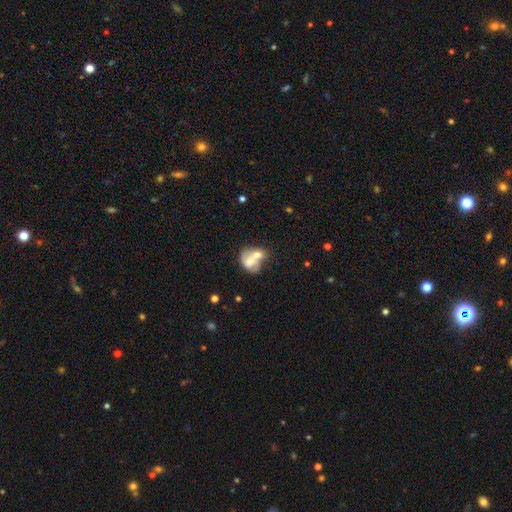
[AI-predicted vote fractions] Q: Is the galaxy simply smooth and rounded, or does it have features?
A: smooth — 51%.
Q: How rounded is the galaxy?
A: in between — 55%.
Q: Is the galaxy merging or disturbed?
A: merger — 66%.